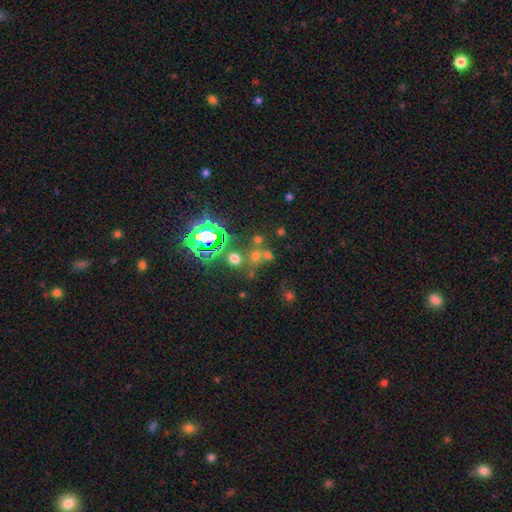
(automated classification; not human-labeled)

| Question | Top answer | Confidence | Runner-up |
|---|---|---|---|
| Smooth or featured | smooth | 49% | star or artifact (40%) |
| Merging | none | 60% | merger (27%) |